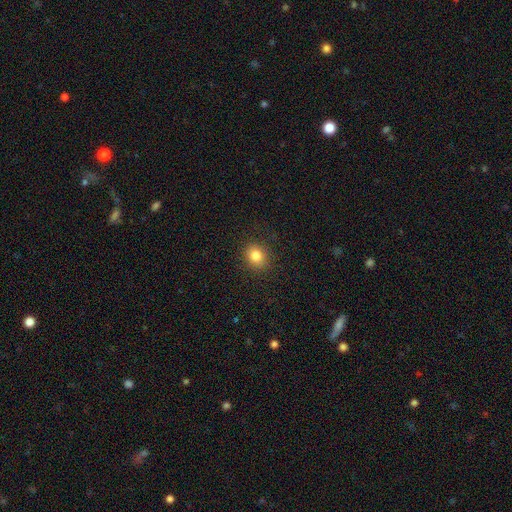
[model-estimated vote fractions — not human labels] Overall: smooth (83%). How rounded: round (69%; in between 30%). Merging: none (89%).